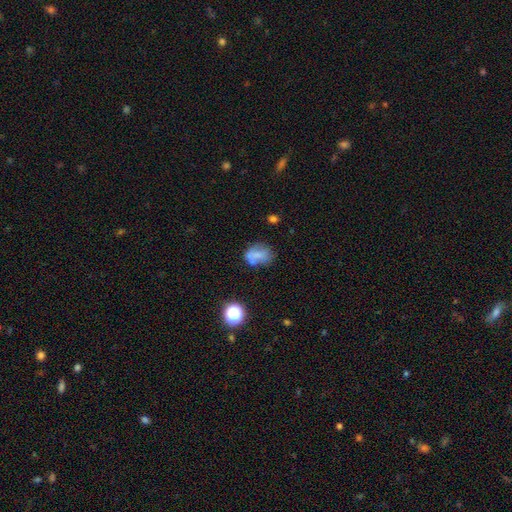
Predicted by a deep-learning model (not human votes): smooth 63%, featured or disk 23%, star or artifact 14%. Down the decision tree: how rounded — in between (63%); merging — none (48%).